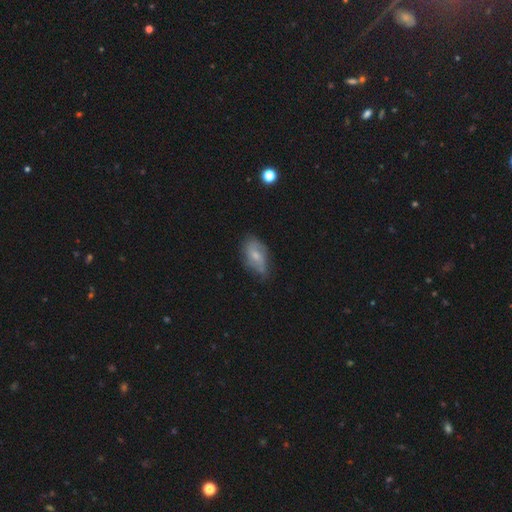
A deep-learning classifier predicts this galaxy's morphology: smooth_or_featured: featured or disk (p=0.47) [alt: smooth p=0.46]
merging: none (p=0.57) [alt: minor disturbance p=0.32]